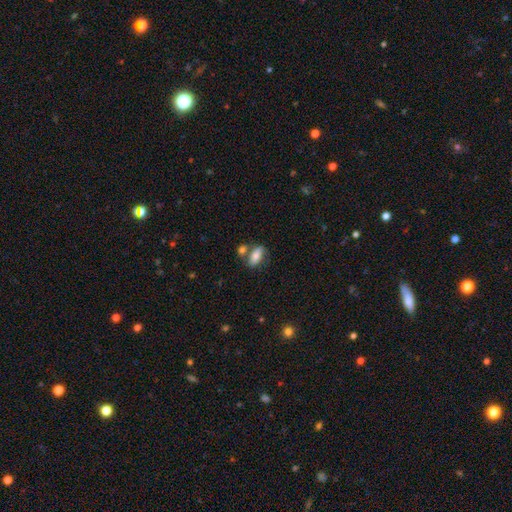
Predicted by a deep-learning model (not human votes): smooth-or-featured: smooth: 72% | featured or disk: 21% | star or artifact: 8%
  how-rounded: in between: 84% | cigar-shaped: 10% | round: 6%
  merging: none: 53% | merger: 25% | minor disturbance: 16% | major disturbance: 6%